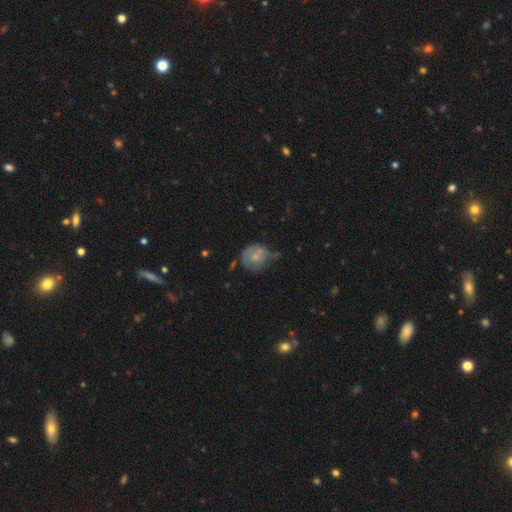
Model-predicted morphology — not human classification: A smooth galaxy with no disk features (66%) that is round (79%). Merging: none (41%).